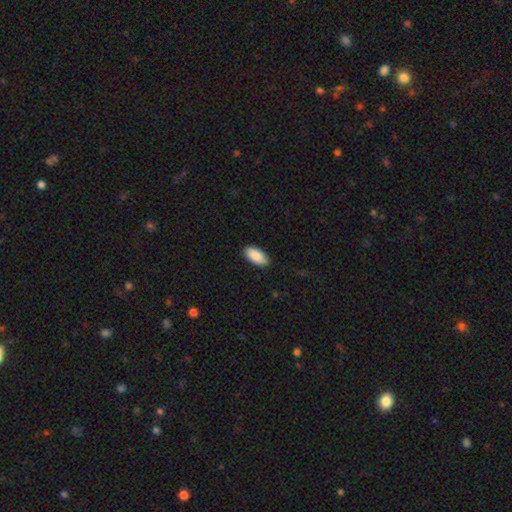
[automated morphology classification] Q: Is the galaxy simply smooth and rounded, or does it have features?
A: smooth — 90%.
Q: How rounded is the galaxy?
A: in between — 93%.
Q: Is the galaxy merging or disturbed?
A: none — 87%.